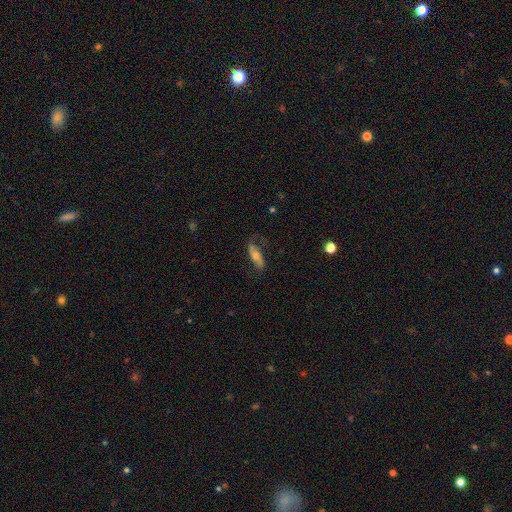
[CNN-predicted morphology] Smooth or featured?
  - featured or disk: 48% *
  - smooth: 45%
  - star or artifact: 7%
Merging?
  - none: 62% *
  - minor disturbance: 24%
  - major disturbance: 12%
  - merger: 2%